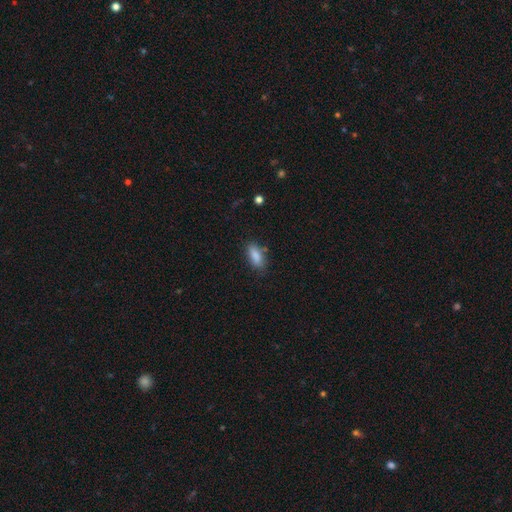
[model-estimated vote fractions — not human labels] The model was most divided on "merging": none: 74%, minor disturbance: 18%, major disturbance: 4%, merger: 4%. More confident: smooth or featured — smooth (85%); how rounded — in between (80%).